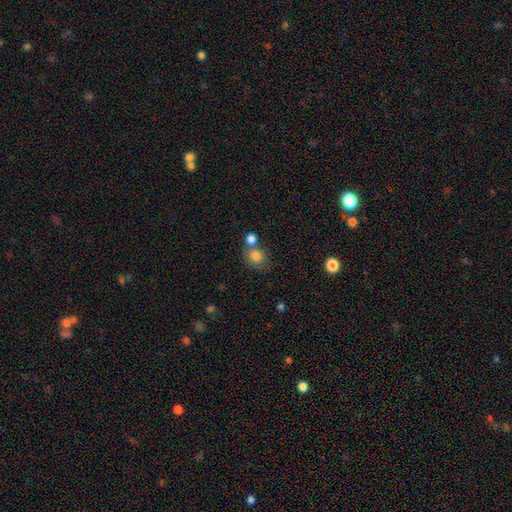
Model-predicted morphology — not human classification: smooth-or-featured: smooth: 82% | star or artifact: 10% | featured or disk: 8%
  how-rounded: round: 78% | in between: 21% | cigar-shaped: 1%
  merging: none: 54% | merger: 30% | minor disturbance: 11% | major disturbance: 5%